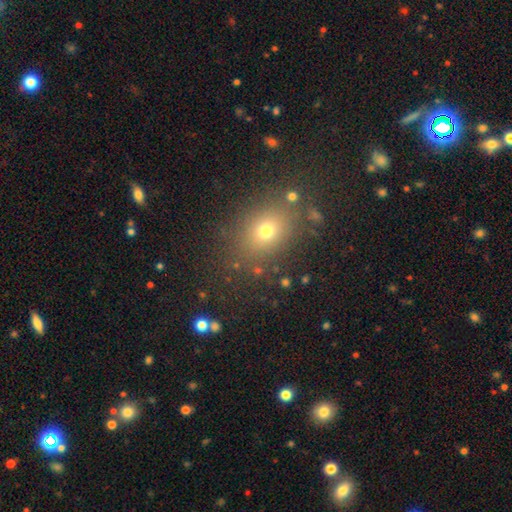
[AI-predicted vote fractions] This appears to be a smooth galaxy with no disk features (62%) that is round (50%). Merging: none (84%).